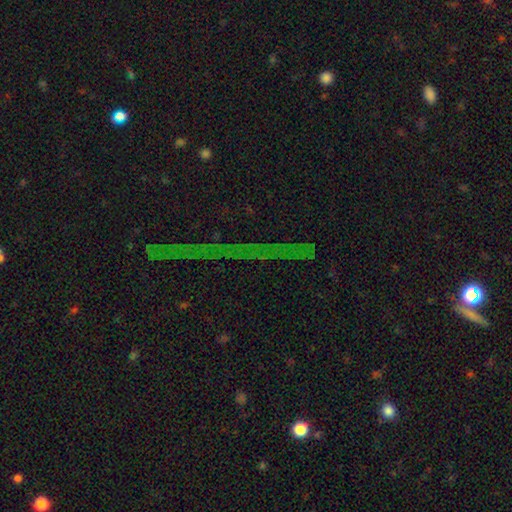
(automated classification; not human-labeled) A star or artifact, not a galaxy (78%).